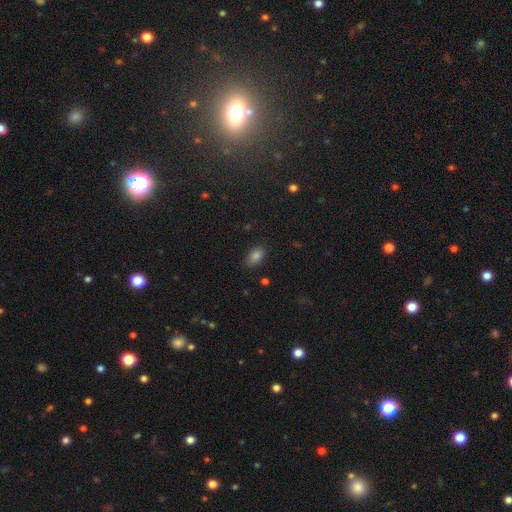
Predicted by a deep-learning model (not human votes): Smooth or featured? Predicted: smooth (p=0.84). How rounded? Predicted: in between (p=0.91). Merging? Predicted: none (p=0.83).